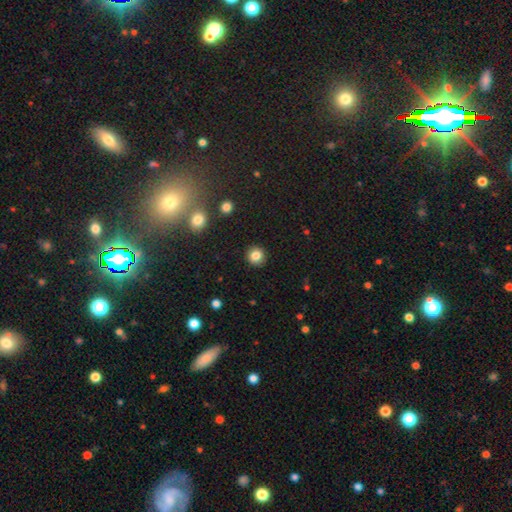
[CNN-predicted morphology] This is clearly a smooth galaxy (84%). How rounded: clearly round (93%). Merging: clearly none (92%).